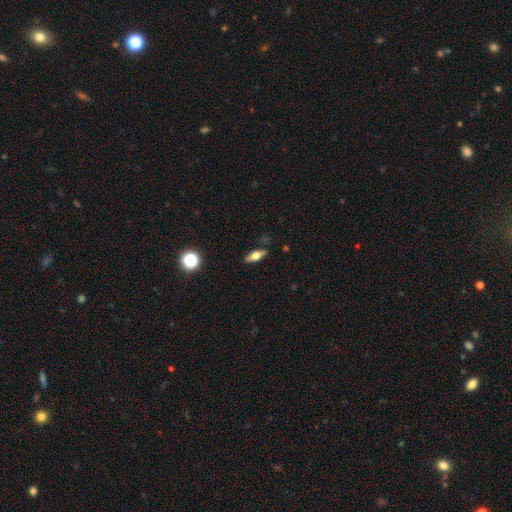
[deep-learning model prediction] Smooth or featured? Predicted: smooth (p=0.55). How rounded? Predicted: in between (p=0.66). Merging? Predicted: none (p=0.86).